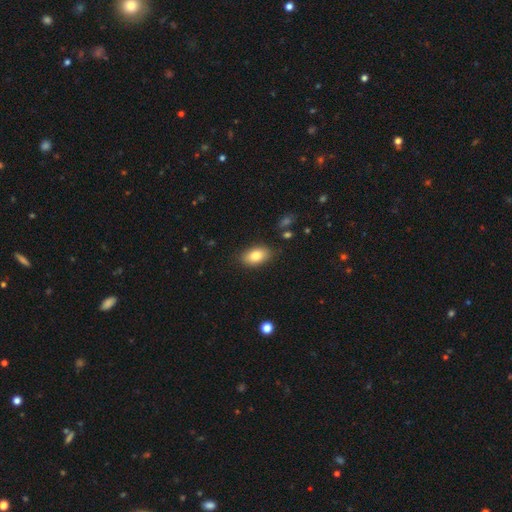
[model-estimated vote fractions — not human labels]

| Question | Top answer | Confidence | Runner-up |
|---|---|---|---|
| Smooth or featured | smooth | 82% | featured or disk (10%) |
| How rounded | in between | 91% | round (7%) |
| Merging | none | 86% | minor disturbance (10%) |